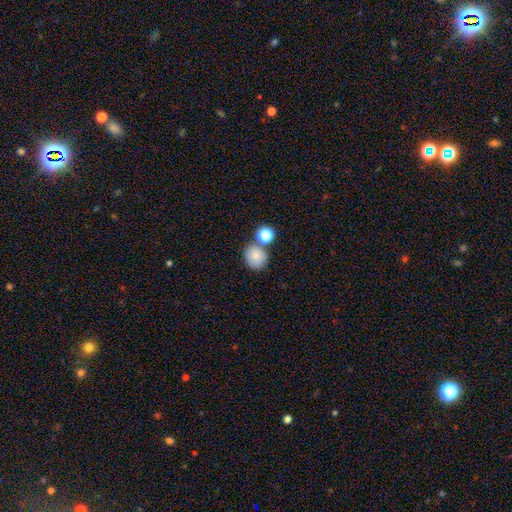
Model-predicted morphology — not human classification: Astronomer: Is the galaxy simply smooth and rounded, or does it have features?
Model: smooth — 82%.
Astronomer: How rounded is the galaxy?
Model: round — 77%.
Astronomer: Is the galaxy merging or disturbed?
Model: none — 66%.